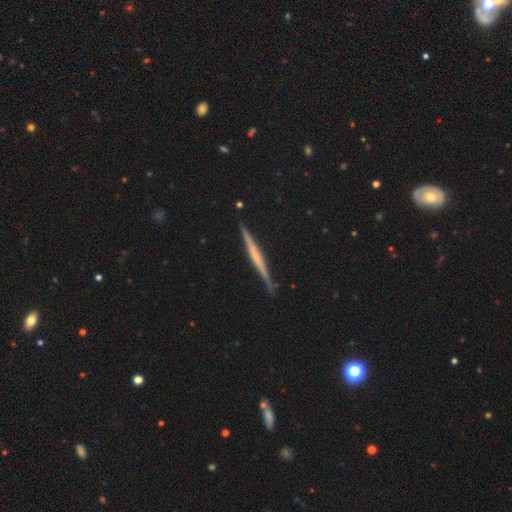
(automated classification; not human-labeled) Overall: featured or disk (69%). Edge-on disk: yes (98%). Edge-on bulge: none (57%; rounded 31%). Merging: none (88%).